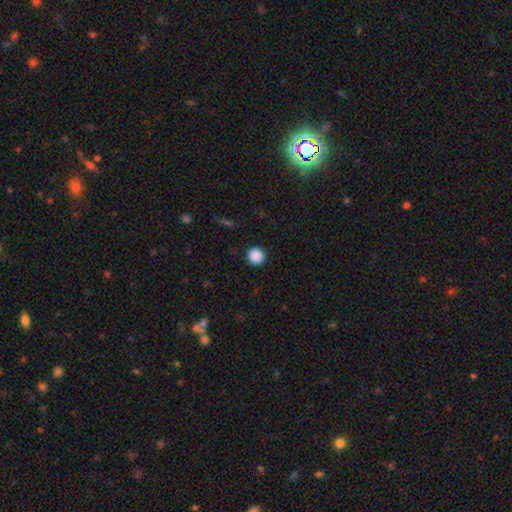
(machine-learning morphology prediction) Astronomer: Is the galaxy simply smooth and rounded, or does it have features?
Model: smooth — 89%.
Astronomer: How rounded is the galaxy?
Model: round — 95%.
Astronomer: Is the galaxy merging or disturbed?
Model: none — 93%.